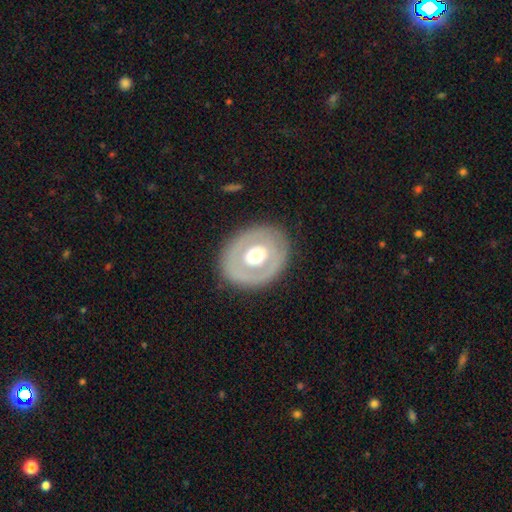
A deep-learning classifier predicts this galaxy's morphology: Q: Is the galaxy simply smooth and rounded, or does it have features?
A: featured or disk — 54%.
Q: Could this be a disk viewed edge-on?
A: no — 94%.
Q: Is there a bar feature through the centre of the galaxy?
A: no — 85%.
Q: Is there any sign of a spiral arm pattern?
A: no — 90%.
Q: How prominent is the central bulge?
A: moderate — 58%.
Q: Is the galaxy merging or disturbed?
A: none — 81%.